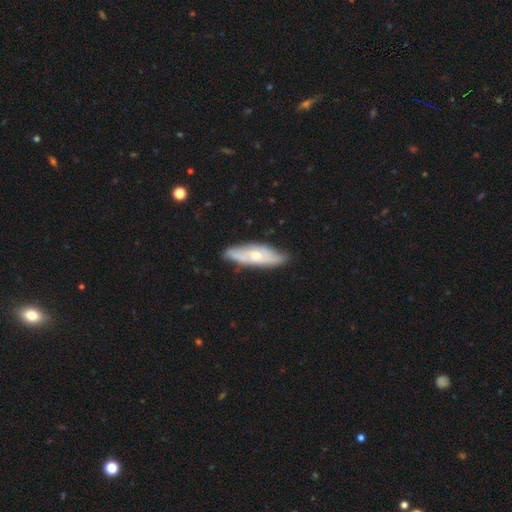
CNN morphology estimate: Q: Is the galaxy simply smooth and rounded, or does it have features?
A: featured or disk — 49%.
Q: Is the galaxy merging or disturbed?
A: none — 77%.